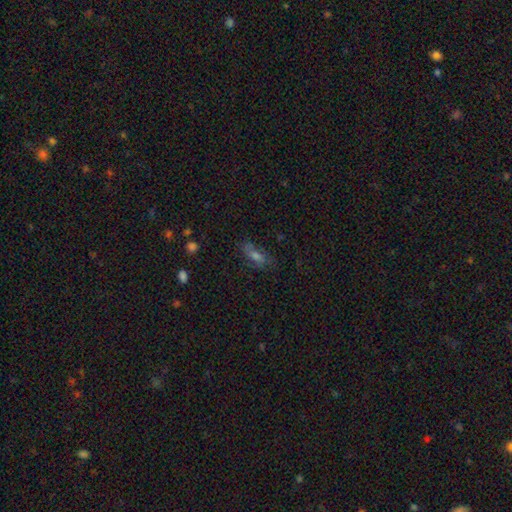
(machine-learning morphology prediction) This is marginally a smooth galaxy (43%). Merging: likely none (70%).